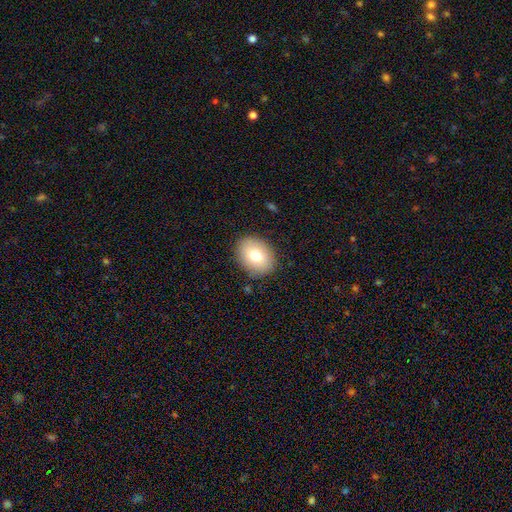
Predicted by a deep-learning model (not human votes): Overall: smooth (76%). How rounded: in between (62%; round 37%). Merging: none (87%).